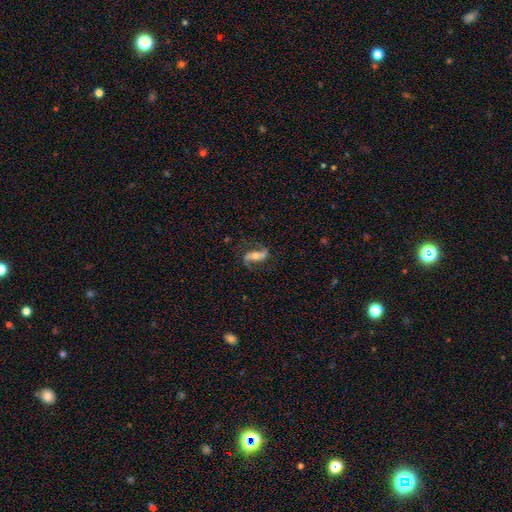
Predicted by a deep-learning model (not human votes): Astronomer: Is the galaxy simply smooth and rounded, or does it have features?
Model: featured or disk — 76%.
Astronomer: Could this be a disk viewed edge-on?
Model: no — 90%.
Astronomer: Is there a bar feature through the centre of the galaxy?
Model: strong — 41% (runner-up: no, 32%).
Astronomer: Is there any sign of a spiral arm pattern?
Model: yes — 92%.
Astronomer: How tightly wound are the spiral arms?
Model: loose — 58%.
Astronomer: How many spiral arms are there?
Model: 2 — 91%.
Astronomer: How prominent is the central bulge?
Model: moderate — 57% (runner-up: small, 33%).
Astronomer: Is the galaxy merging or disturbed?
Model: none — 74%.